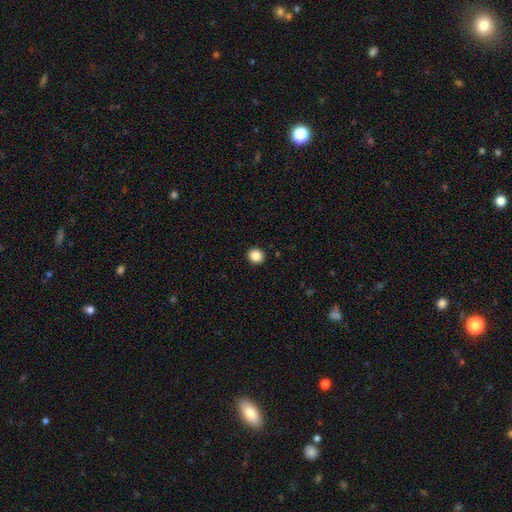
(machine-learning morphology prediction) This is clearly a smooth galaxy (87%). How rounded: clearly round (92%). Merging: clearly none (93%).